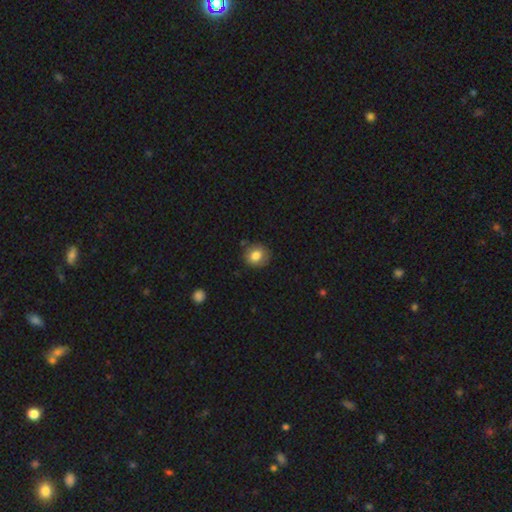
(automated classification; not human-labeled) smooth_or_featured: smooth (p=0.81) [alt: featured or disk p=0.10]
how_rounded: round (p=0.81) [alt: in between p=0.18]
merging: none (p=0.81) [alt: minor disturbance p=0.14]